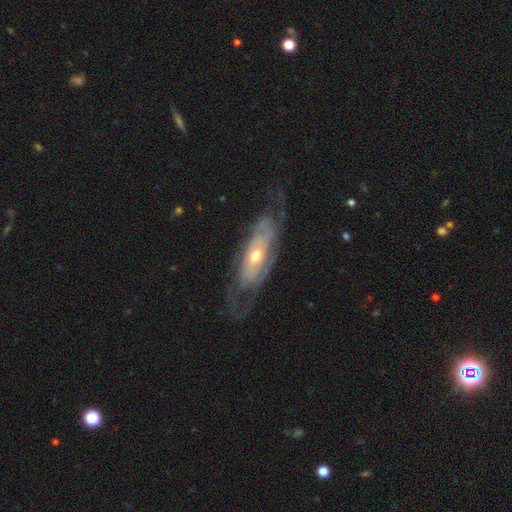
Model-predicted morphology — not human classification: Smooth or featured?
  - featured or disk: 79% *
  - smooth: 15%
  - star or artifact: 6%
Edge-on disk?
  - no: 80% *
  - yes: 20%
Bar?
  - no: 70% *
  - weak: 21%
  - strong: 9%
Spiral arms?
  - yes: 79% *
  - no: 21%
Spiral winding?
  - tight: 57% *
  - medium: 31%
  - loose: 12%
Spiral arm count?
  - can't tell: 47% *
  - 2: 36%
  - 3: 7%
  - 1: 4%
  - 4: 3%
  - more than 4: 3%
Bulge size?
  - moderate: 50% *
  - small: 45%
  - large: 3%
  - none: 1%
  - dominant: 1%
Merging?
  - none: 67% *
  - minor disturbance: 19%
  - major disturbance: 13%
  - merger: 1%